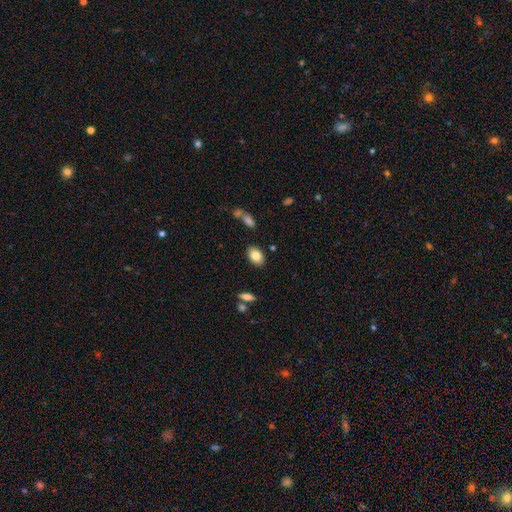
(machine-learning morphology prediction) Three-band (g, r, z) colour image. It shows a smooth galaxy with no disk features (84%) that is in between round and cigar-shaped (86%). Merging: none (85%).